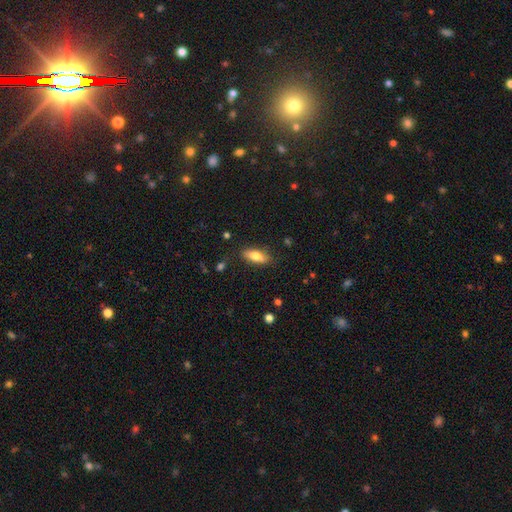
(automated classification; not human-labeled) Smooth or featured? Predicted: smooth (p=0.74). How rounded? Predicted: in between (p=0.74). Merging? Predicted: none (p=0.83).